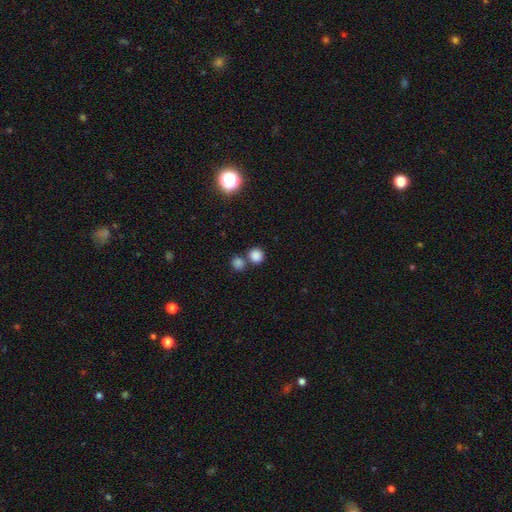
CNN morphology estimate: smooth 83%, star or artifact 12%, featured or disk 4%. Down the decision tree: how rounded — round (86%); merging — none (60%).